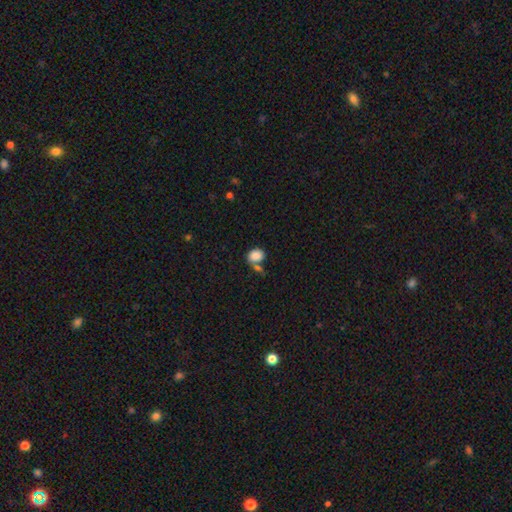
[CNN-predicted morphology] Smooth or featured? Predicted: smooth (p=0.86). How rounded? Predicted: in between (p=0.51). Merging? Predicted: none (p=0.51).